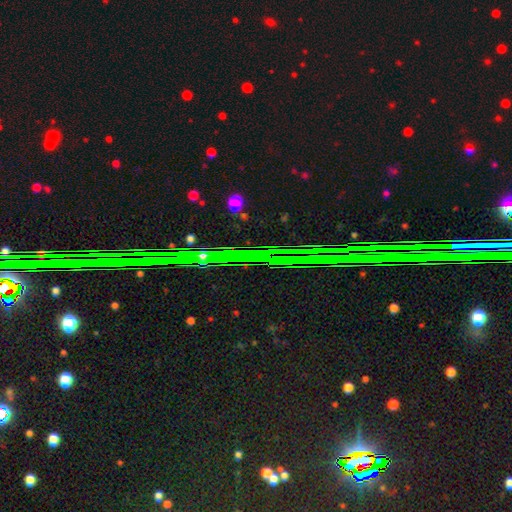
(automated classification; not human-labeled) Smooth or featured? star or artifact (79%)